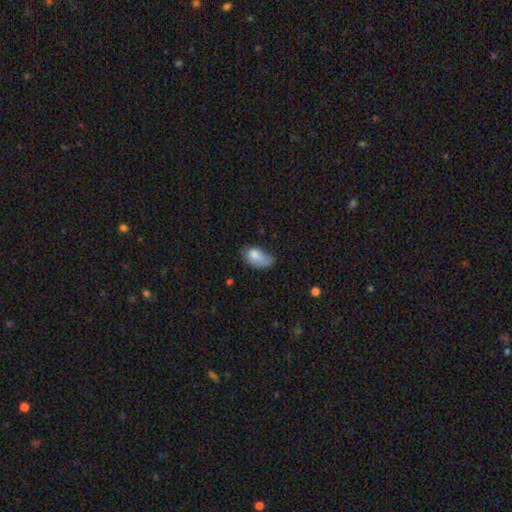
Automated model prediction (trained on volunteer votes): This is likely a smooth galaxy (77%). How rounded: clearly in between (91%). Merging: marginally minor disturbance (42%).